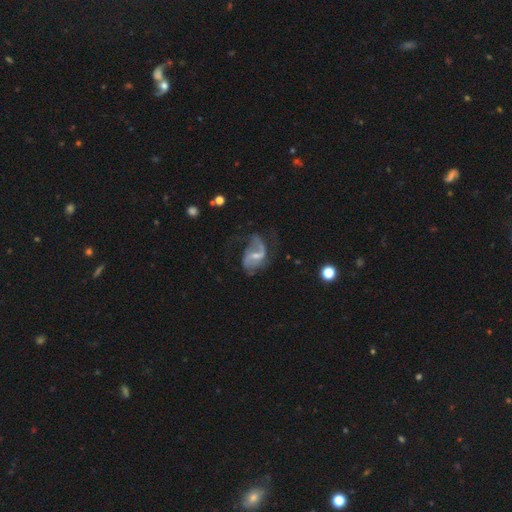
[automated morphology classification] Overall: featured or disk (82%). Edge-on disk: no (97%). Bar: weak (52%; strong 24%). Spiral arms: yes (91%). Spiral arm count: 2 (79%). Spiral winding: loose (64%; medium 29%). Bulge size: small (55%; moderate 36%). Merging: none (45%; major disturbance 27%).